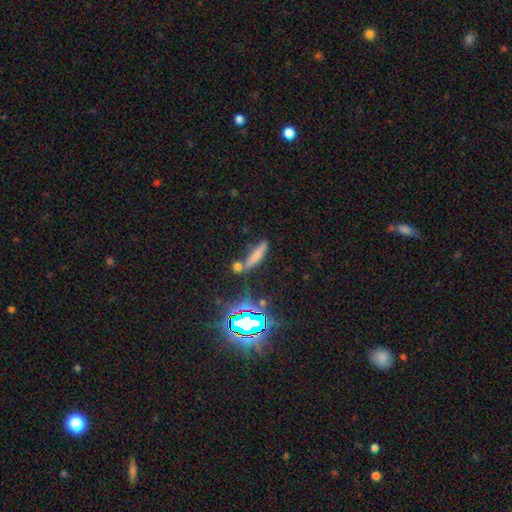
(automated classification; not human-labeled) The model was most divided on "merging": none: 57%, merger: 24%, minor disturbance: 14%, major disturbance: 6%. More confident: how rounded — cigar-shaped (77%); smooth or featured — smooth (61%).